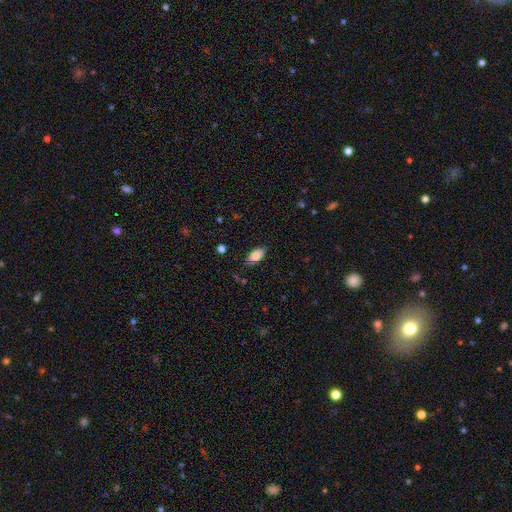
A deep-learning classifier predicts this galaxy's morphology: This appears to be a smooth galaxy with no disk features (84%) that is in between round and cigar-shaped (93%). Merging: none (81%).